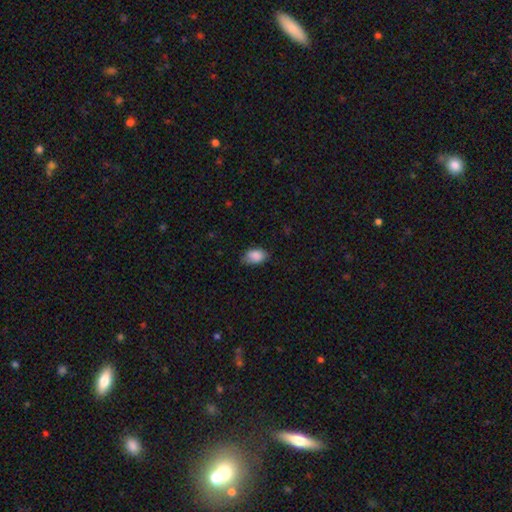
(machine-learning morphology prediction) This is clearly a smooth galaxy (88%). How rounded: clearly in between (89%). Merging: likely none (71%).